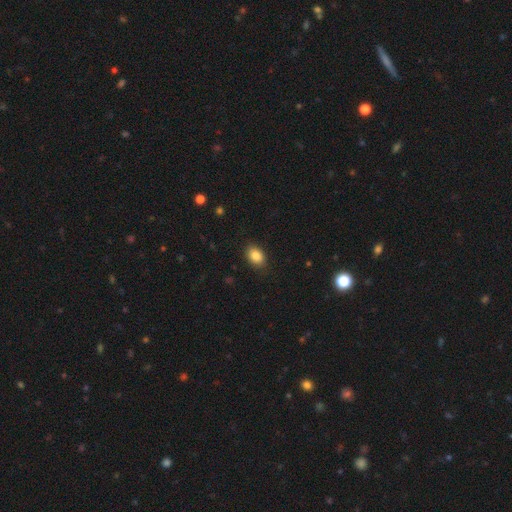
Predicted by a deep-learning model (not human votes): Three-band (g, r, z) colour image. It shows a smooth galaxy with no disk features (86%) that is in between round and cigar-shaped (79%). Merging: none (86%).